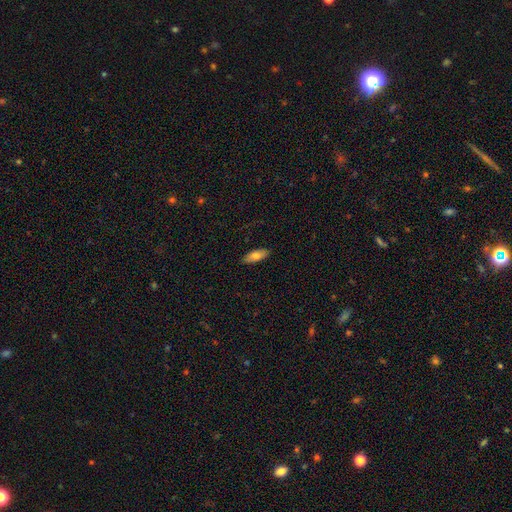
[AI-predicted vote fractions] smooth_or_featured: smooth (p=0.75) [alt: featured or disk p=0.19]
how_rounded: in between (p=0.75) [alt: cigar-shaped p=0.22]
merging: none (p=0.86) [alt: minor disturbance p=0.11]